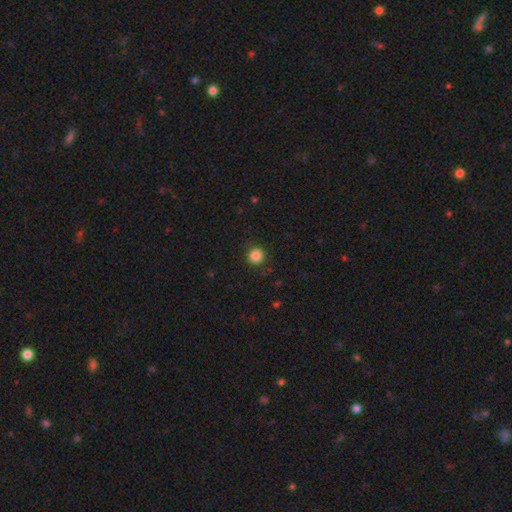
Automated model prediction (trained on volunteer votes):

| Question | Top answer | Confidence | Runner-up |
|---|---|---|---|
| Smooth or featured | smooth | 85% | star or artifact (11%) |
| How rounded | round | 95% | in between (4%) |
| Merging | none | 90% | minor disturbance (6%) |